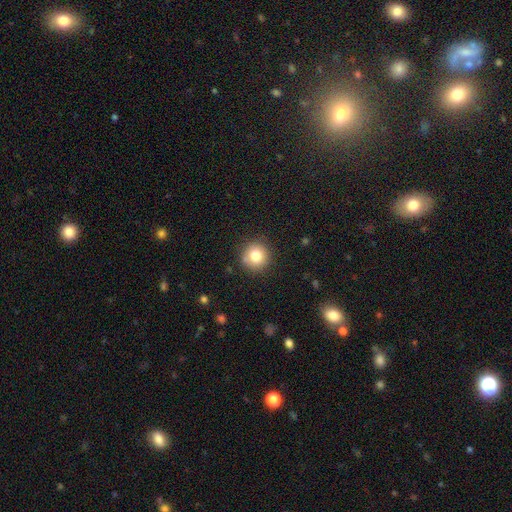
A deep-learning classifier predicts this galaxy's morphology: This appears to be a smooth galaxy with no disk features (79%) that is round (93%). Merging: none (86%).